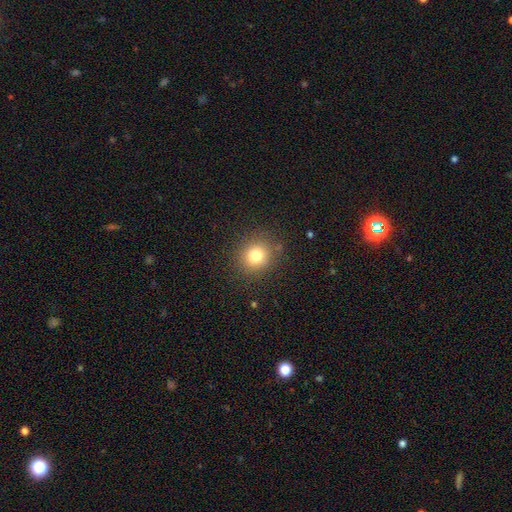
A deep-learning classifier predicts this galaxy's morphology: Smooth or featured? Predicted: smooth (p=0.77). How rounded? Predicted: round (p=0.87). Merging? Predicted: none (p=0.87).